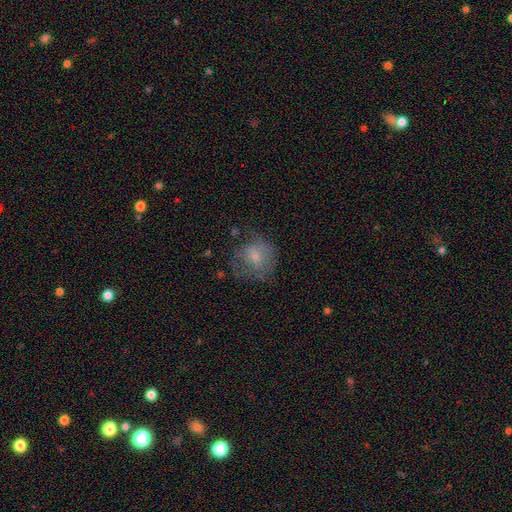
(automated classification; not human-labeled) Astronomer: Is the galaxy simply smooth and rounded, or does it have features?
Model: smooth — 58%.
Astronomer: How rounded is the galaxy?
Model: round — 76%.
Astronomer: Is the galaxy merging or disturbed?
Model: none — 51%.